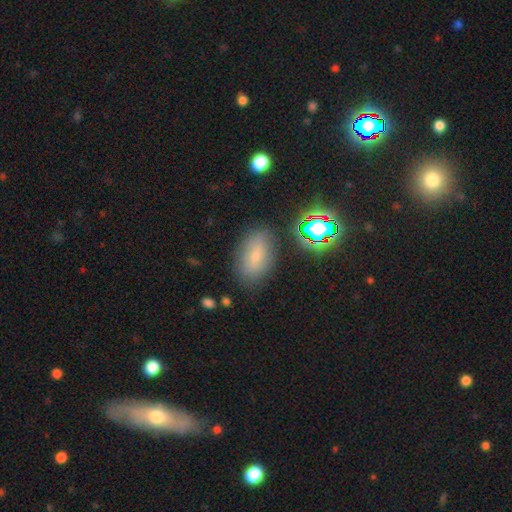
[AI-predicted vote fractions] Q: Smooth or featured?
A: smooth (64%); runner-up: featured or disk (18%)
Q: How rounded?
A: in between (88%); runner-up: round (9%)
Q: Merging?
A: none (78%); runner-up: minor disturbance (14%)